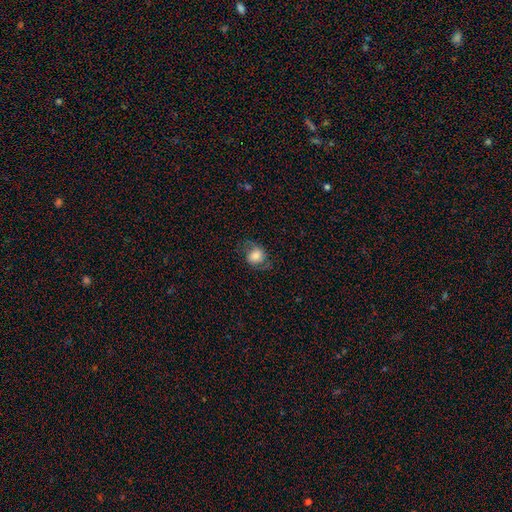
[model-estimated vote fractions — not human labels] The model was most divided on "smooth or featured": smooth: 55%, featured or disk: 35%, star or artifact: 10%. More confident: merging — none (67%); how rounded — round (65%).